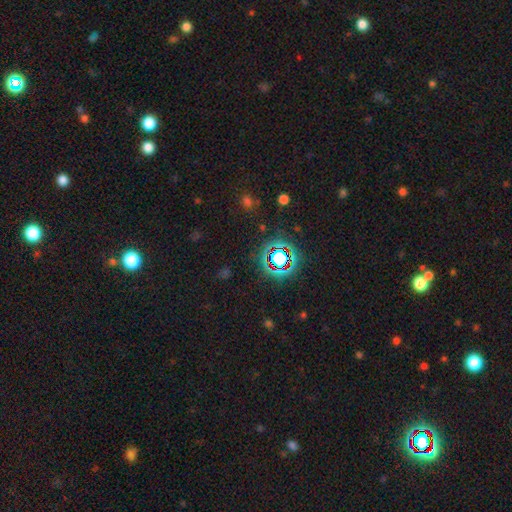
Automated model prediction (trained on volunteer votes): Morphology: type=star or artifact (75%).